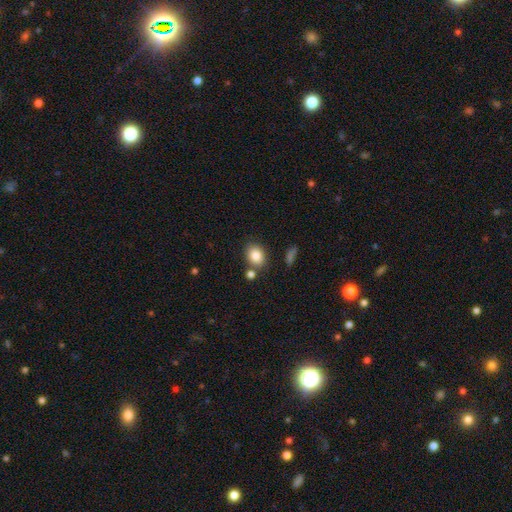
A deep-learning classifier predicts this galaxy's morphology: Smooth or featured?
  - smooth: 84% *
  - star or artifact: 9%
  - featured or disk: 7%
How rounded?
  - in between: 58% *
  - round: 40%
  - cigar-shaped: 1%
Merging?
  - none: 74% *
  - minor disturbance: 12%
  - merger: 10%
  - major disturbance: 3%